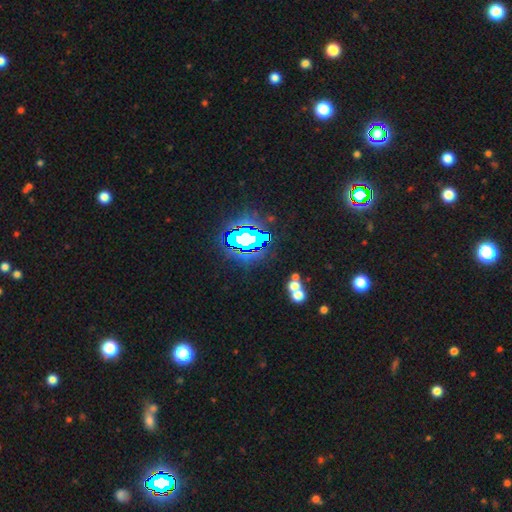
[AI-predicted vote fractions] A star or artifact, not a galaxy (82%).

Vote fractions:
- Smooth or featured? star or artifact: 82% / smooth: 11% / featured or disk: 7%